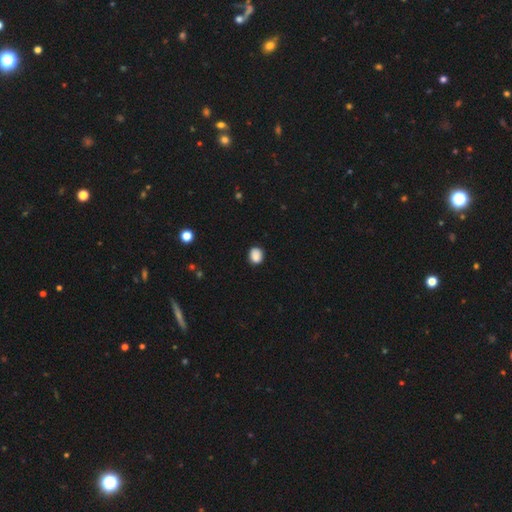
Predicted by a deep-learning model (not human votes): This appears to be a smooth galaxy with no disk features (87%) that is round (63%). Merging: none (84%).